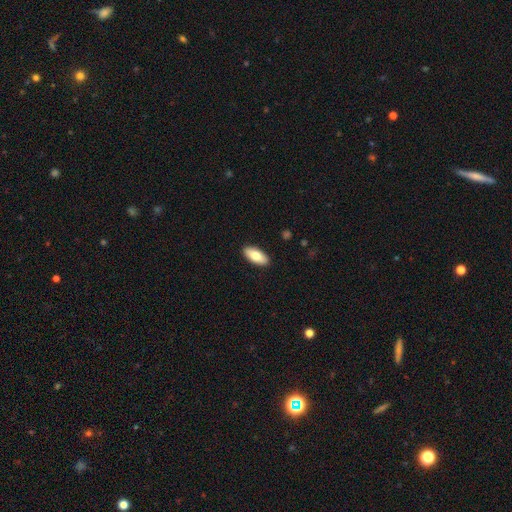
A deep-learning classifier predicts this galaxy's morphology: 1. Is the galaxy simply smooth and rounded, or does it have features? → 78% smooth, 16% featured or disk, 6% star or artifact.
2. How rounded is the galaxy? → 89% in between, 9% cigar-shaped, 2% round.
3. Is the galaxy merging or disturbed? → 91% none, 7% minor disturbance, 1% major disturbance, 1% merger.